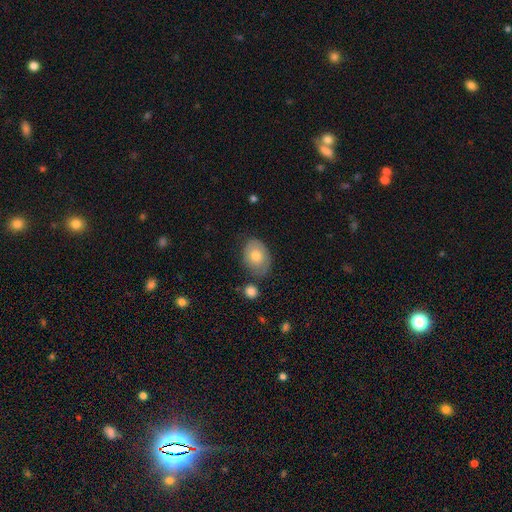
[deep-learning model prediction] Overall: smooth (70%). How rounded: in between (75%). Merging: none (62%; minor disturbance 25%).